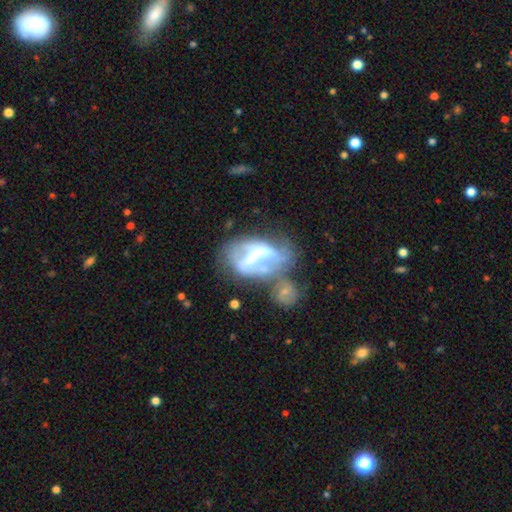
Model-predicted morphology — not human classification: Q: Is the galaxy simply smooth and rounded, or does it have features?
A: featured or disk — 69%.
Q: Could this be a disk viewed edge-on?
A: no — 93%.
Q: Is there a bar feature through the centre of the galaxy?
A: strong — 58%.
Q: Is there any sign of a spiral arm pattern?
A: no — 54%.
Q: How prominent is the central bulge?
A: moderate — 34%.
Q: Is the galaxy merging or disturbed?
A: merger — 41%.